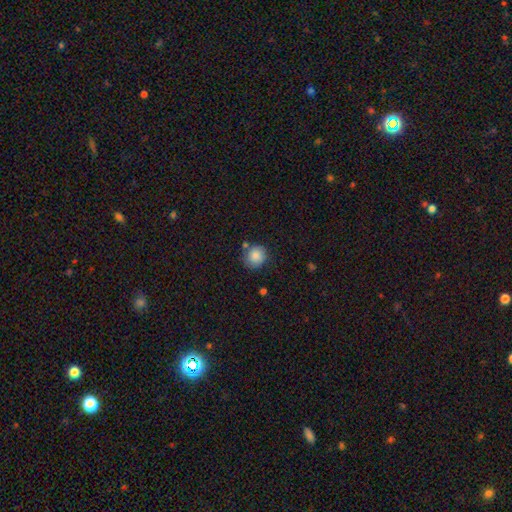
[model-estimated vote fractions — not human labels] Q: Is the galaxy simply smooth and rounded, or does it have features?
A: smooth — 85%.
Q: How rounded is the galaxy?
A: round — 86%.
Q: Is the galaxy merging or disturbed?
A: none — 72%.